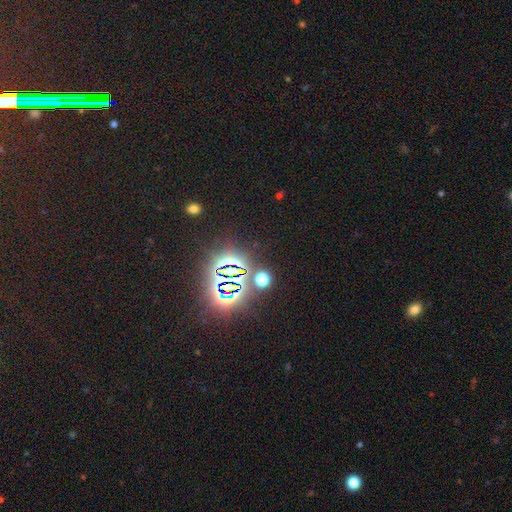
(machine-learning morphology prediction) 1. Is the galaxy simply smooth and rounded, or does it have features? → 77% star or artifact, 14% smooth, 9% featured or disk.